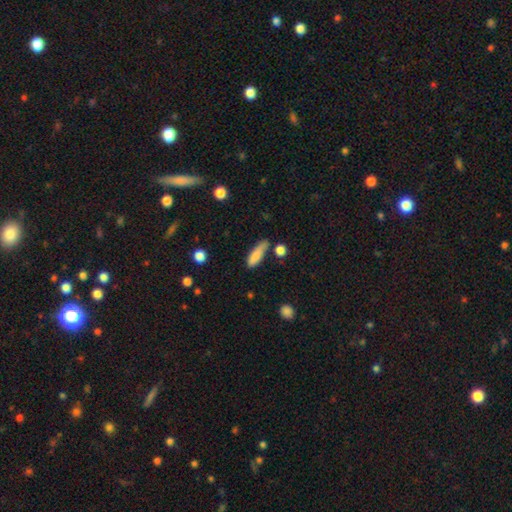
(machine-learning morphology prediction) A smooth galaxy with no disk features (83%) that is cigar-shaped (53%).

Vote fractions:
- Smooth or featured? smooth: 83% / featured or disk: 10% / star or artifact: 7%
- How rounded? cigar-shaped: 53% / in between: 44% / round: 3%
- Merging? none: 53% / minor disturbance: 28% / merger: 10% / major disturbance: 9%